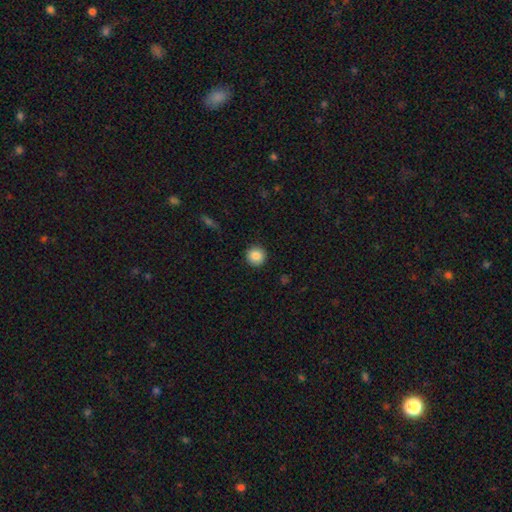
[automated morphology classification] This appears to be a smooth galaxy with no disk features (87%) that is round (94%). Merging: none (92%).